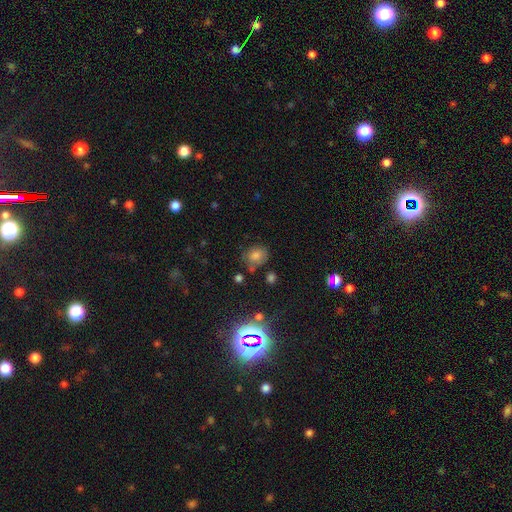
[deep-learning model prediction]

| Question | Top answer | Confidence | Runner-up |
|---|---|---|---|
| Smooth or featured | smooth | 70% | star or artifact (19%) |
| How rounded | round | 59% | in between (40%) |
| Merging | none | 67% | minor disturbance (20%) |